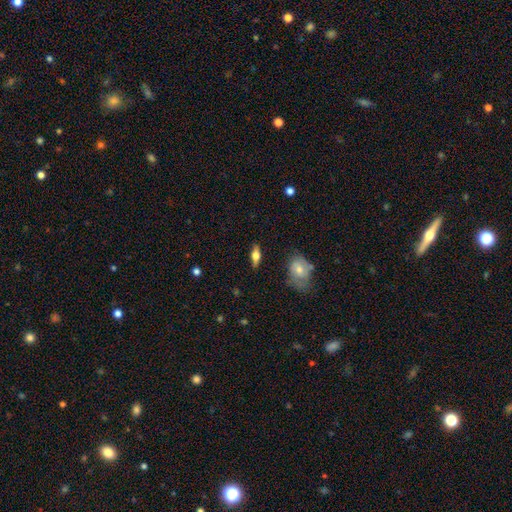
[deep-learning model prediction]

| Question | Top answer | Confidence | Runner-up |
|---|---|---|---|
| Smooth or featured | smooth | 52% | featured or disk (40%) |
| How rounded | in between | 70% | cigar-shaped (25%) |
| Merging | none | 82% | minor disturbance (13%) |